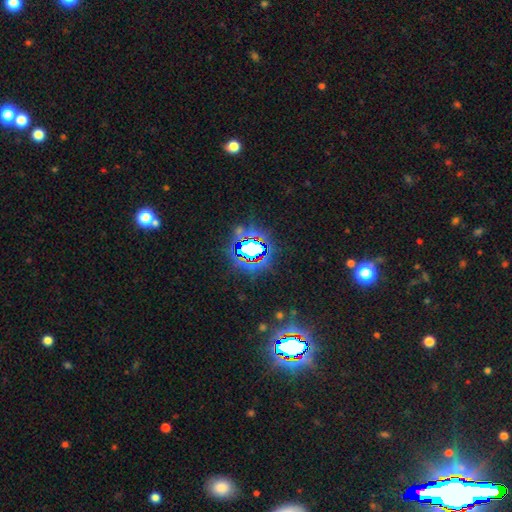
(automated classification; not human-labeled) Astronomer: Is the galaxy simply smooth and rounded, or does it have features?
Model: star or artifact — 78%.